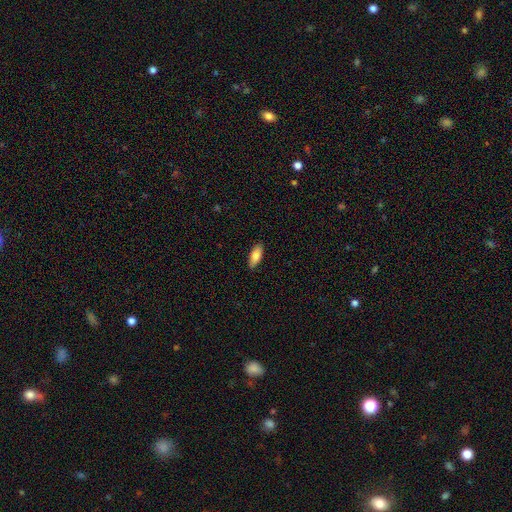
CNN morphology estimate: smooth 82%, featured or disk 12%, star or artifact 6%. Down the decision tree: how rounded — in between (79%); merging — none (87%).